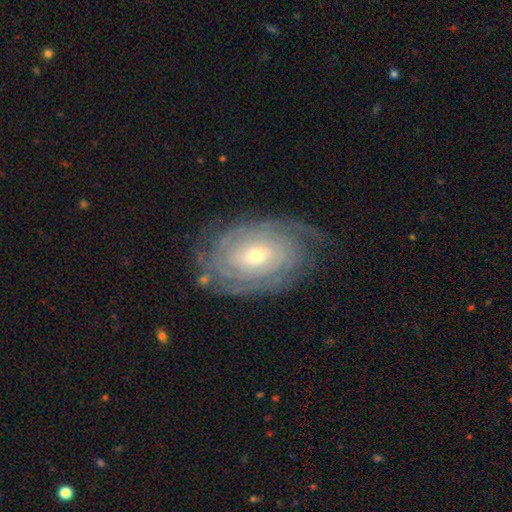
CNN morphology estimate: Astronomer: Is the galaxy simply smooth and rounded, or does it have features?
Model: featured or disk — 86%.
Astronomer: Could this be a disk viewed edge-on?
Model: no — 95%.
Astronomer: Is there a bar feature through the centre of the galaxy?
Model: no — 66%.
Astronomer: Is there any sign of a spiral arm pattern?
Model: yes — 95%.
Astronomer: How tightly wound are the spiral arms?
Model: tight — 84%.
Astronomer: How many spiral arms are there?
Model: can't tell — 39% (runner-up: 2, 16%).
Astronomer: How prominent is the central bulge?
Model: small — 60% (runner-up: moderate, 36%).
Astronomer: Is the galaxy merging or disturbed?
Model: none — 77%.